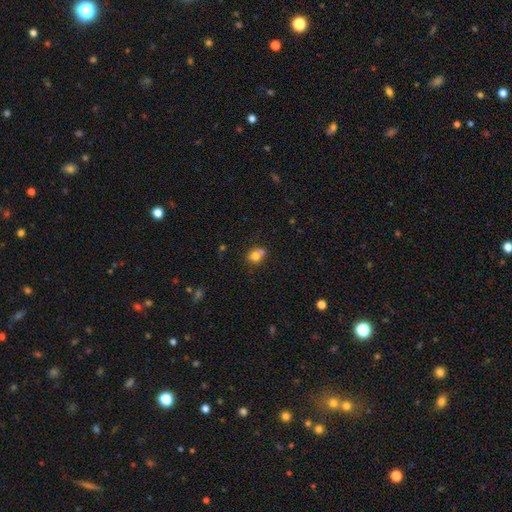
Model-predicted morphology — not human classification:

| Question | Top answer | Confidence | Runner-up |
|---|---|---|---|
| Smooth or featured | smooth | 76% | featured or disk (13%) |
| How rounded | round | 68% | in between (31%) |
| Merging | none | 44% | merger (40%) |